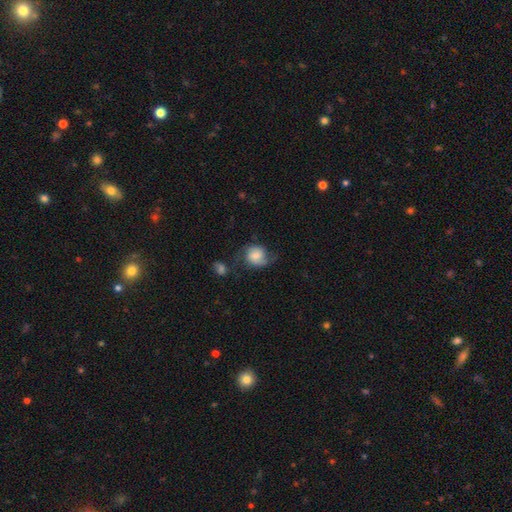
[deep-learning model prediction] Morphology: type=smooth (56%); roundness=round (67%); merging=none (45%).